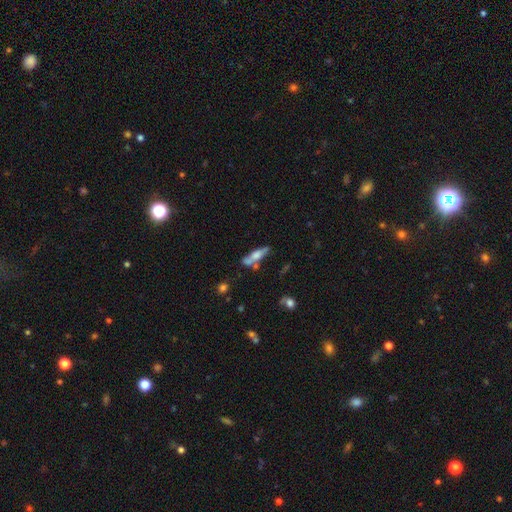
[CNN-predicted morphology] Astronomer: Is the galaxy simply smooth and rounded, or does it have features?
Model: smooth — 51% (runner-up: featured or disk, 41%).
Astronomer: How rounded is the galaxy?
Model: cigar-shaped — 62%.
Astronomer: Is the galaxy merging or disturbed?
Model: none — 53%.